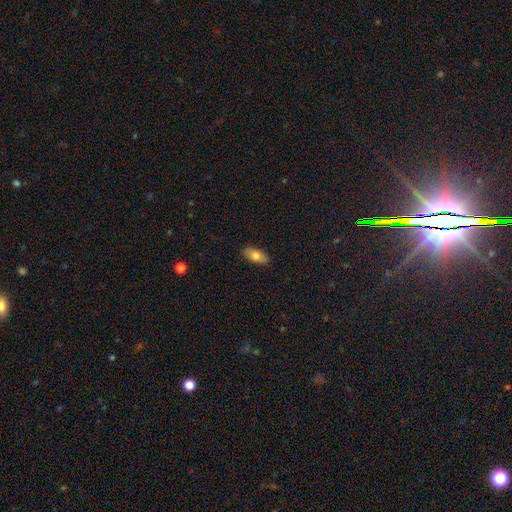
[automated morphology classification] smooth-or-featured: smooth: 78% | featured or disk: 15% | star or artifact: 7%
  how-rounded: in between: 91% | cigar-shaped: 6% | round: 3%
  merging: none: 88% | minor disturbance: 9% | major disturbance: 2% | merger: 1%